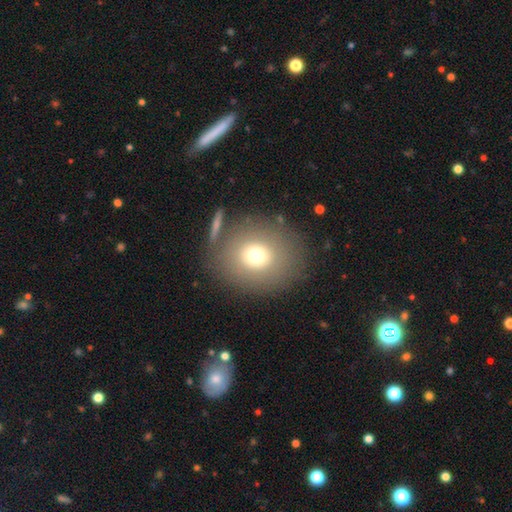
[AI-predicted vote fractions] smooth 69%, featured or disk 18%, star or artifact 13%. Down the decision tree: how rounded — round (77%); merging — none (78%).